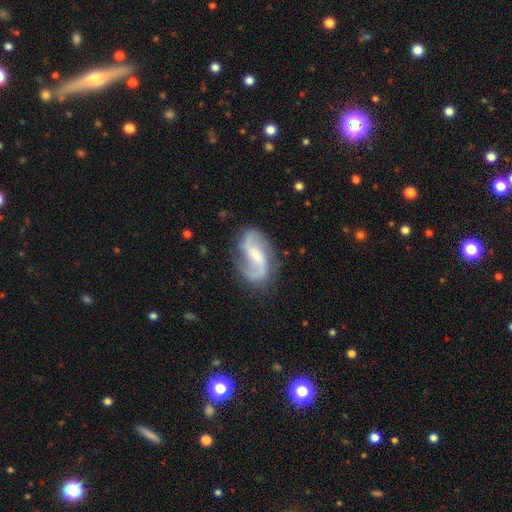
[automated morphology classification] This is clearly a featured or disk galaxy (87%). It is clearly not viewed edge-on (97%). Bar: possibly weak (48%). Spiral arm pattern: clearly yes (96%). Spiral arm count: clearly 2 (89%). Spiral winding: possibly loose (48%). Central bulge: possibly small (57%). Merging: likely none (74%).